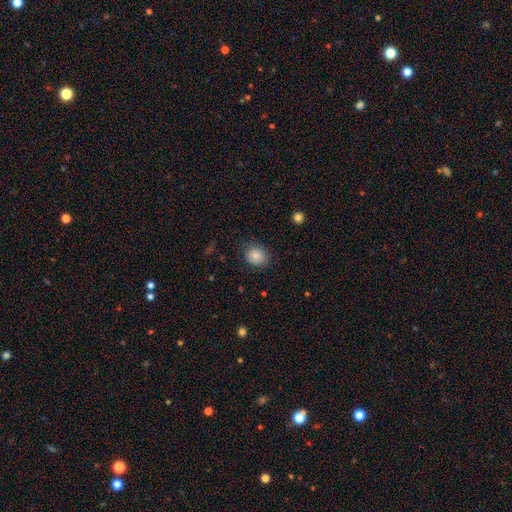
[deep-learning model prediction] smooth_or_featured: smooth (p=0.83) [alt: star or artifact p=0.10]
how_rounded: round (p=0.69) [alt: in between p=0.30]
merging: none (p=0.82) [alt: minor disturbance p=0.13]